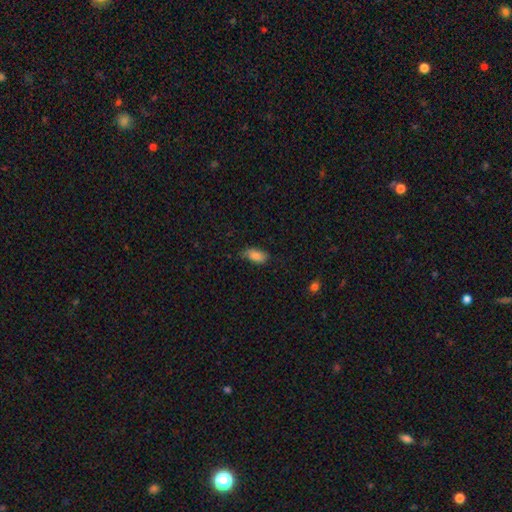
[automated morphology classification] Smooth or featured? smooth (83%)
How rounded? in between (91%)
Merging? none (69%)